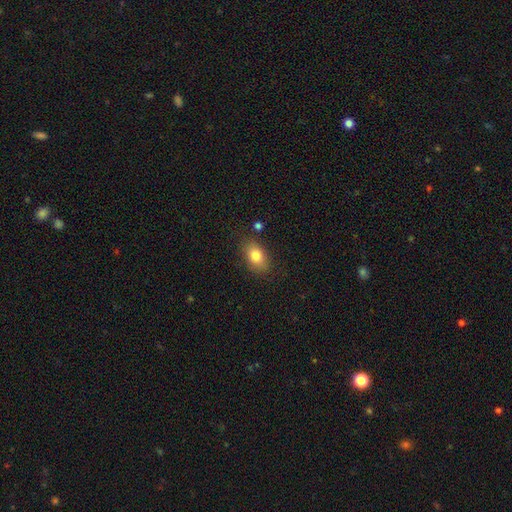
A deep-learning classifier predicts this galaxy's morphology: Smooth or featured: smooth — 82% (featured or disk — 9%)
How rounded: in between — 84% (round — 14%)
Merging: none — 79% (minor disturbance — 14%)